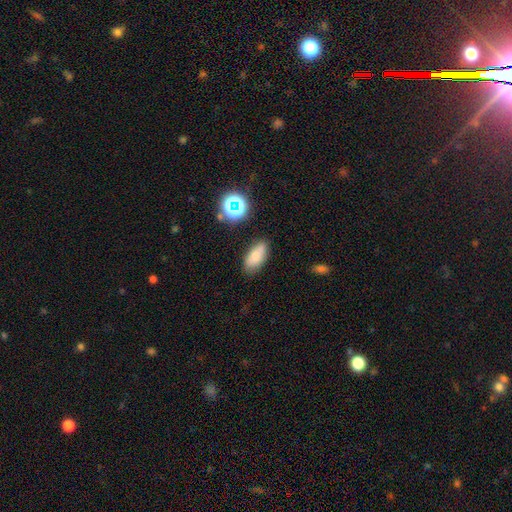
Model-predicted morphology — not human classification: This appears to be a smooth galaxy with no disk features (77%) that is in between round and cigar-shaped (87%). Merging: none (75%).